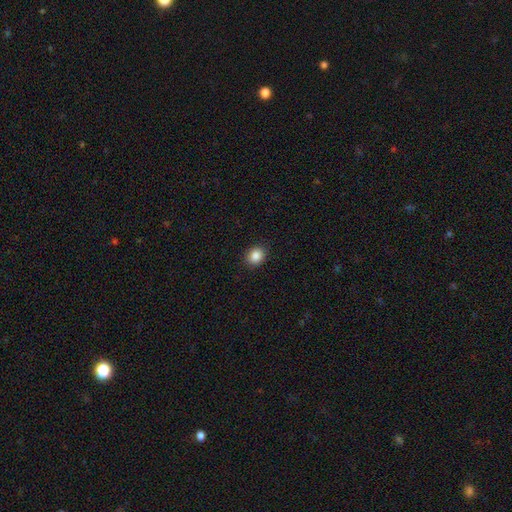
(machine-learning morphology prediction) A smooth galaxy with no disk features (87%) that is round (67%).

Vote fractions:
- Smooth or featured? smooth: 87% / star or artifact: 10% / featured or disk: 4%
- How rounded? round: 67% / in between: 32% / cigar-shaped: 1%
- Merging? none: 90% / minor disturbance: 7% / major disturbance: 2% / merger: 1%